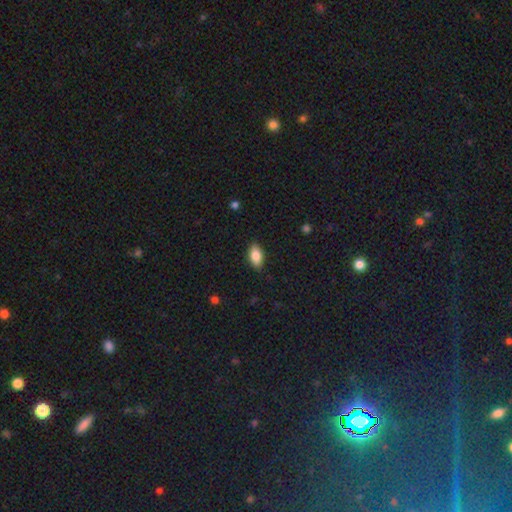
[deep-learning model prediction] Morphology: type=smooth (85%); roundness=in between (91%); merging=none (88%).